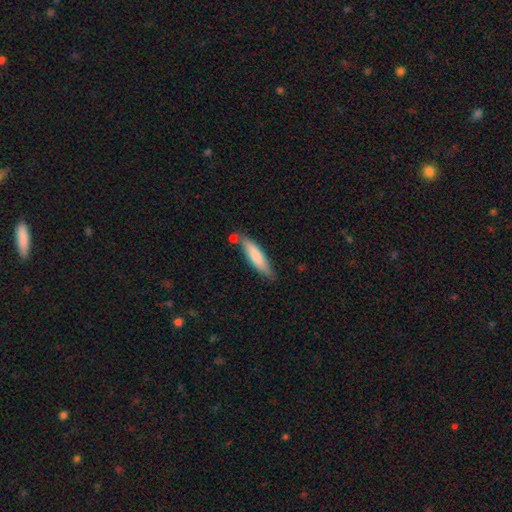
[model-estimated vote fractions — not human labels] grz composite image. It shows a smooth galaxy with no disk features (77%) that is cigar-shaped (78%). Merging: none (67%).